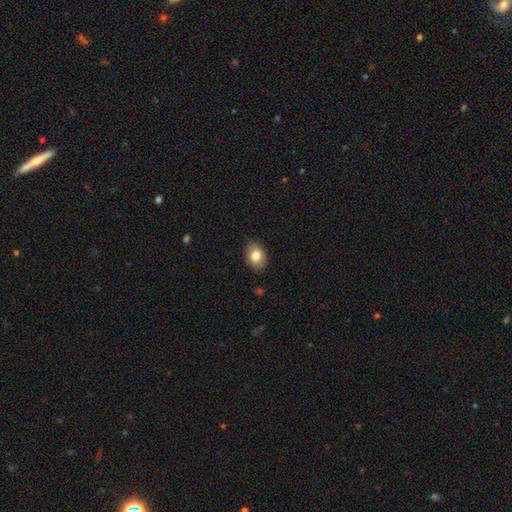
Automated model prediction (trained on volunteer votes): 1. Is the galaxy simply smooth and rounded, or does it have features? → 81% smooth, 11% featured or disk, 8% star or artifact.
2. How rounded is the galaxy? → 75% in between, 24% round, 1% cigar-shaped.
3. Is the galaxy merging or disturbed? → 85% none, 11% minor disturbance, 2% major disturbance, 1% merger.